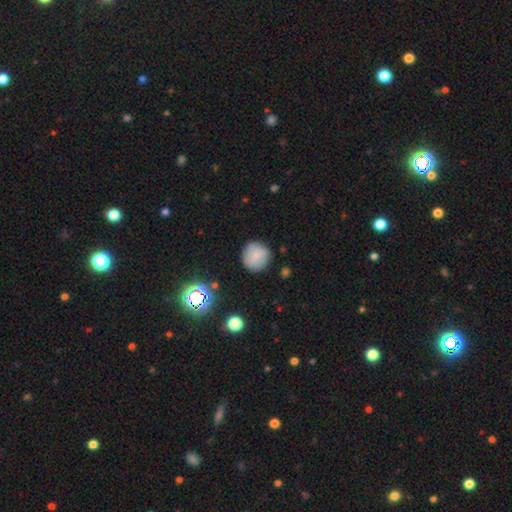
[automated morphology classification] Smooth or featured: smooth — 79% (star or artifact — 11%)
How rounded: round — 93% (in between — 6%)
Merging: none — 81% (minor disturbance — 13%)